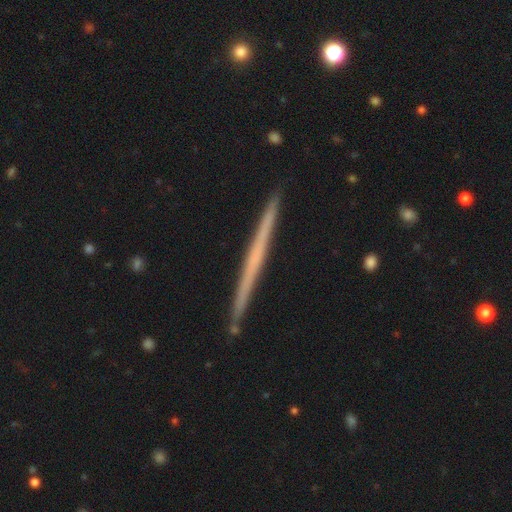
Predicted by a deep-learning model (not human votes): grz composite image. It shows a featured or disk galaxy (62%) viewed edge-on (98%) with no central bulge (90%). Merging: none (92%).